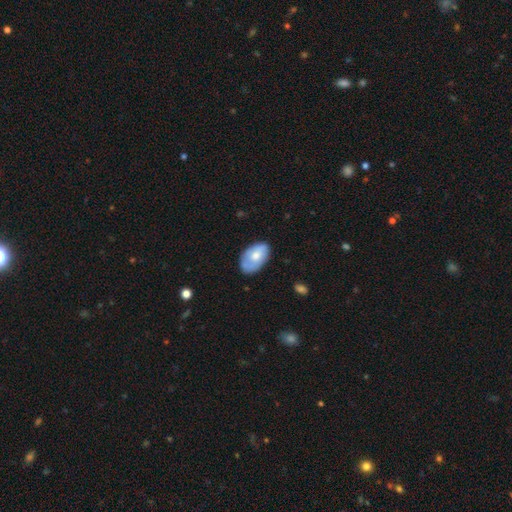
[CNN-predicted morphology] A smooth galaxy with no disk features (65%) that is in between round and cigar-shaped (93%). Merging: none (70%).